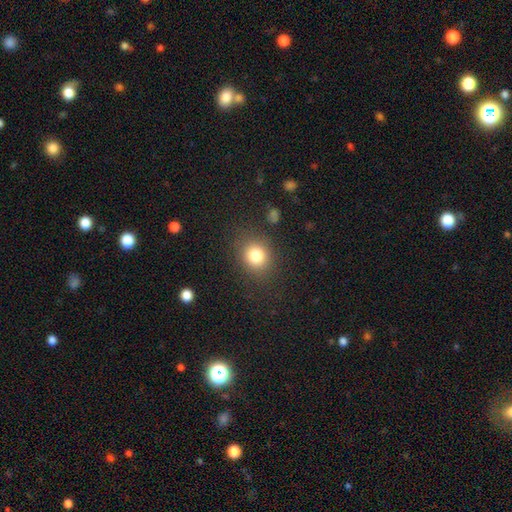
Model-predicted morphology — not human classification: Smooth or featured? Predicted: smooth (p=0.80). How rounded? Predicted: round (p=0.76). Merging? Predicted: none (p=0.84).